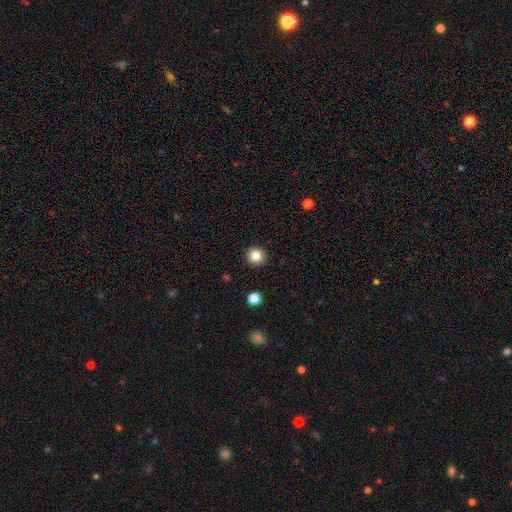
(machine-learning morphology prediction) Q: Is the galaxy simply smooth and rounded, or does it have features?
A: smooth — 84%.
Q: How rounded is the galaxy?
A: round — 95%.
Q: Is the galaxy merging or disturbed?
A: none — 93%.